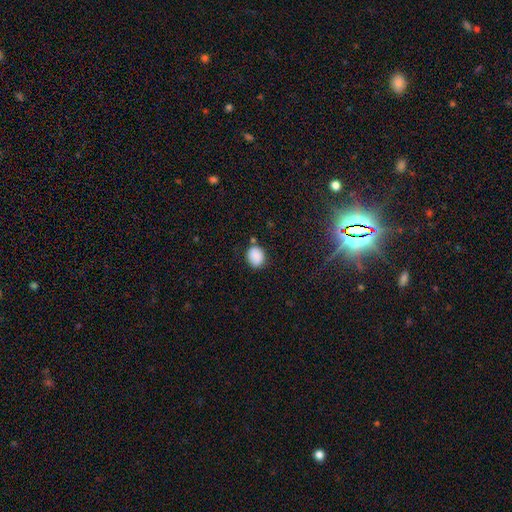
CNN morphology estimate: Smooth or featured?
  - smooth: 87% *
  - star or artifact: 9%
  - featured or disk: 4%
How rounded?
  - round: 62% *
  - in between: 37%
  - cigar-shaped: 1%
Merging?
  - none: 77% *
  - minor disturbance: 14%
  - merger: 5%
  - major disturbance: 4%